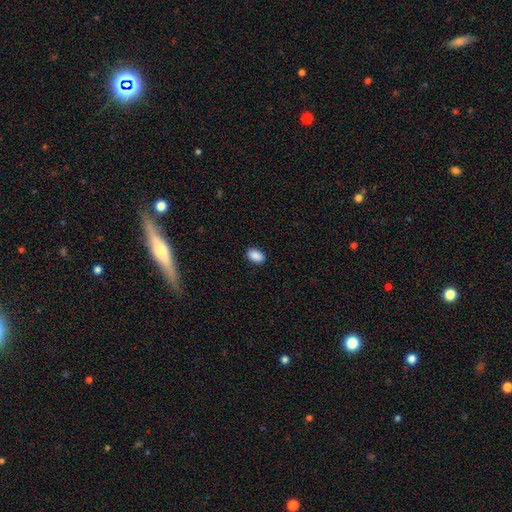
Morphology: type=smooth (95%); roundness=in between (84%); merging=none (97%).